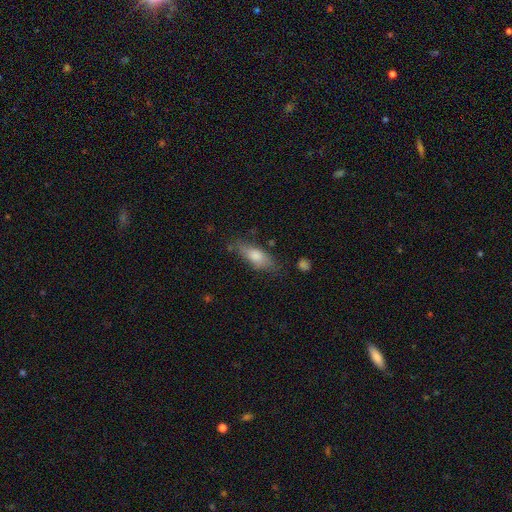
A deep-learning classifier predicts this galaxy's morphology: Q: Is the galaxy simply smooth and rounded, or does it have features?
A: smooth — 73%.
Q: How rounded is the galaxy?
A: in between — 64%.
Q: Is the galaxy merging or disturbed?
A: none — 63%.